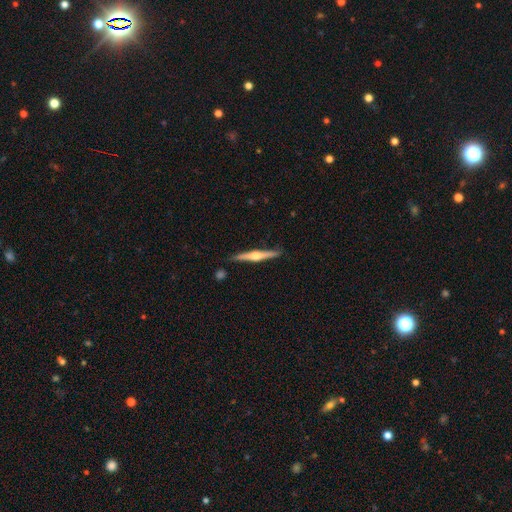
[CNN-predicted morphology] Smooth or featured? featured or disk (73%)
Edge-on disk? yes (98%)
Edge-on bulge? rounded (92%)
Merging? none (88%)